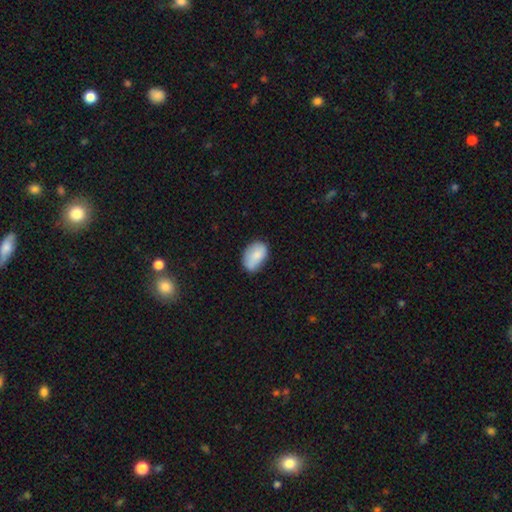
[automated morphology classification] This appears to be a smooth galaxy with no disk features (81%) that is in between round and cigar-shaped (88%). Merging: none (59%).